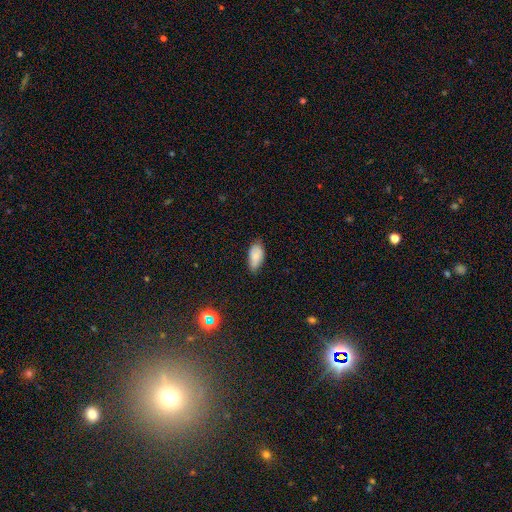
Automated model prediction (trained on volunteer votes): smooth-or-featured: smooth: 76% | featured or disk: 15% | star or artifact: 9%
  how-rounded: in between: 92% | cigar-shaped: 5% | round: 3%
  merging: none: 67% | minor disturbance: 27% | major disturbance: 4% | merger: 1%